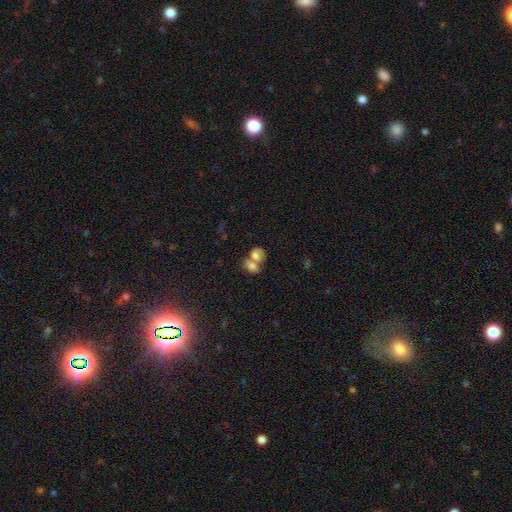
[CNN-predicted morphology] Overall: smooth (67%). How rounded: in between (61%; round 37%). Merging: merger (70%).